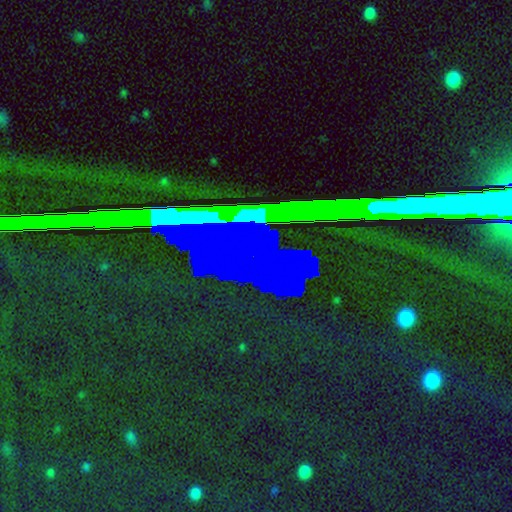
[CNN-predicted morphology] smooth-or-featured: star or artifact: 79% | smooth: 11% | featured or disk: 10%